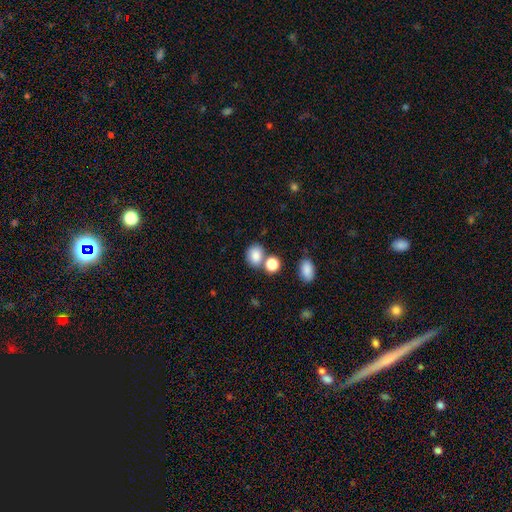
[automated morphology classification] Smooth or featured? Predicted: smooth (p=0.84). How rounded? Predicted: in between (p=0.50). Merging? Predicted: none (p=0.61).